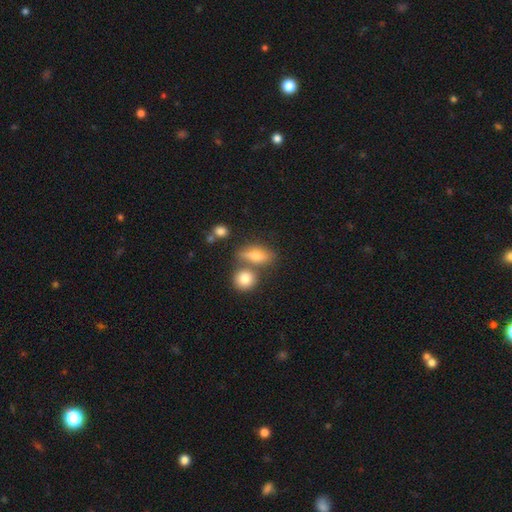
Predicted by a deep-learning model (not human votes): smooth-or-featured: smooth: 65% | featured or disk: 24% | star or artifact: 11%
  how-rounded: in between: 64% | cigar-shaped: 20% | round: 17%
  merging: none: 57% | merger: 26% | minor disturbance: 12% | major disturbance: 5%